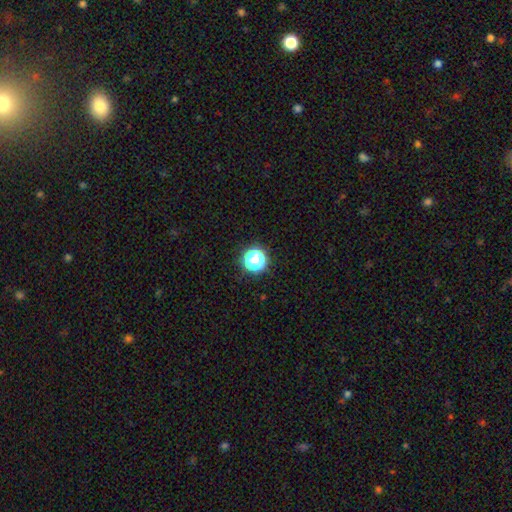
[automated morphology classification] This is possibly a smooth galaxy (53%). How rounded: clearly round (90%). Merging: clearly none (82%).